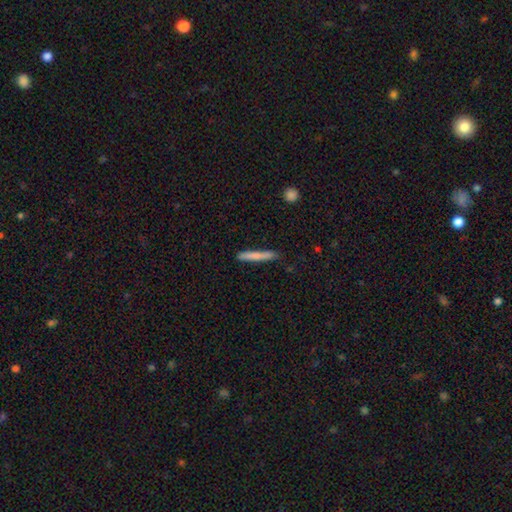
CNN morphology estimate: type=smooth (77%); roundness=cigar-shaped (96%); merging=none (85%).